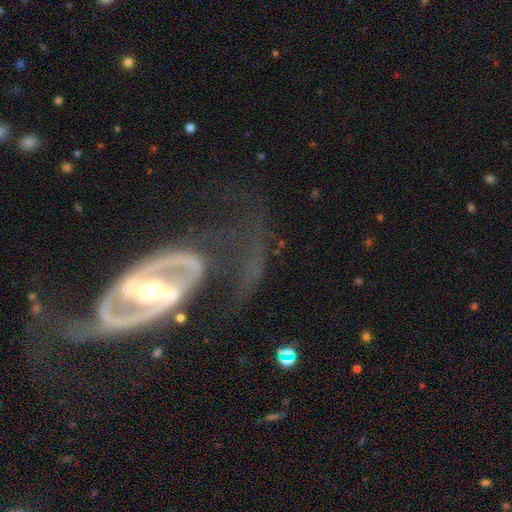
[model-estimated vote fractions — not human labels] This is clearly a featured or disk galaxy (90%). It is clearly not viewed edge-on (94%). Bar: marginally strong (43%). Spiral arm pattern: clearly yes (91%). Spiral arm count: clearly 2 (88%). Spiral winding: possibly medium (45%). Central bulge: possibly moderate (53%). Merging: possibly none (54%).